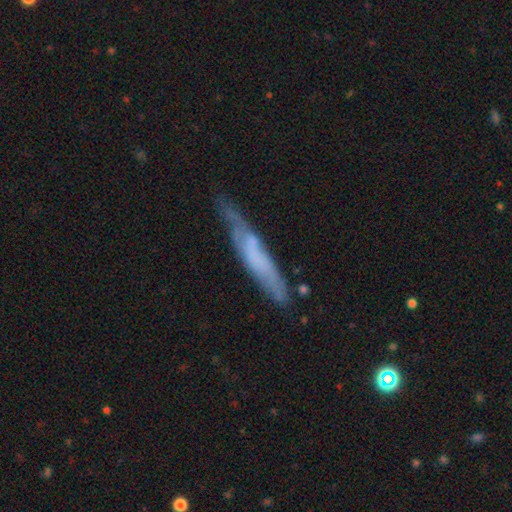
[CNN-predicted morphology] Q: Smooth or featured?
A: featured or disk (50%); runner-up: smooth (42%)
Q: Edge-on disk?
A: yes (69%); runner-up: no (31%)
Q: Merging?
A: none (59%); runner-up: minor disturbance (29%)